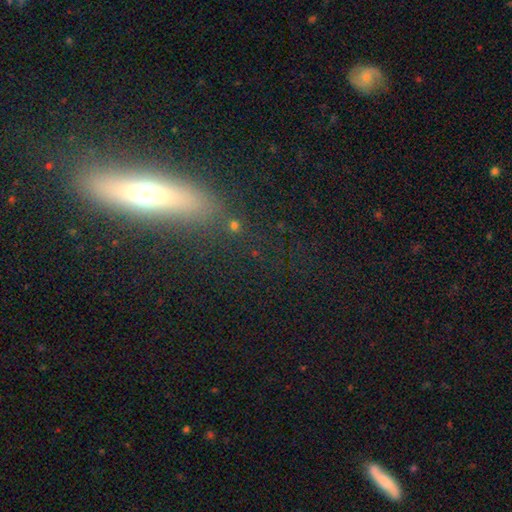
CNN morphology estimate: Q: Smooth or featured?
A: smooth (43%); runner-up: featured or disk (40%)
Q: Merging?
A: none (78%); runner-up: minor disturbance (13%)